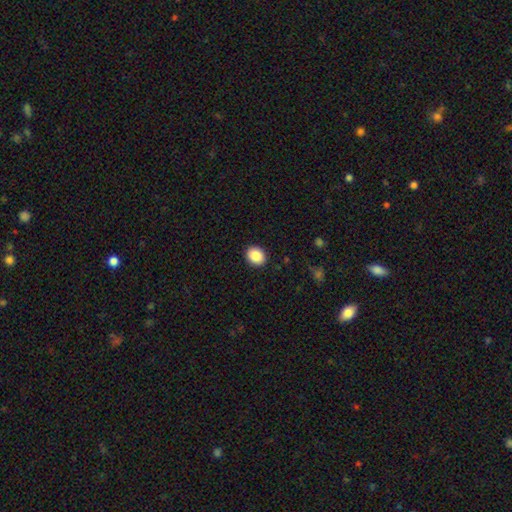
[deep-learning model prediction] A smooth galaxy with no disk features (87%) that is round (62%).

Vote fractions:
- Smooth or featured? smooth: 87% / star or artifact: 8% / featured or disk: 4%
- How rounded? round: 62% / in between: 37% / cigar-shaped: 1%
- Merging? none: 91% / minor disturbance: 6% / major disturbance: 2% / merger: 1%